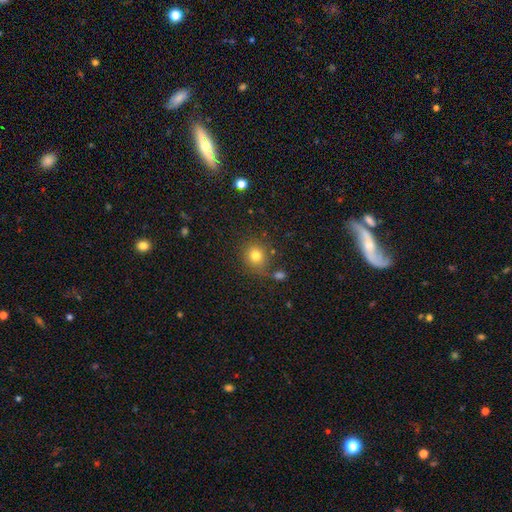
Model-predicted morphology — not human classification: type=smooth (78%); roundness=round (84%); merging=none (74%).